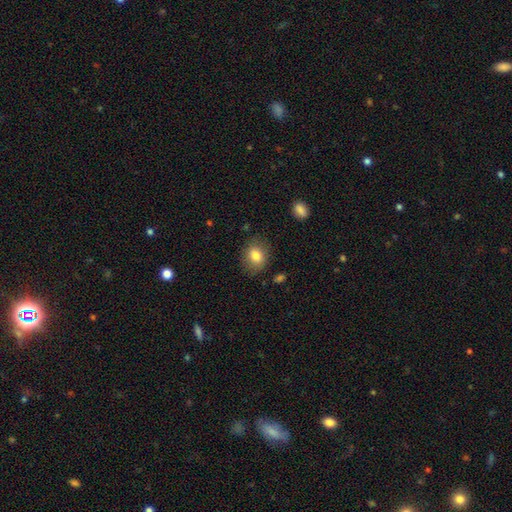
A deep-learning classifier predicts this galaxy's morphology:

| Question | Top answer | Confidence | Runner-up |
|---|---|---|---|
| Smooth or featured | smooth | 81% | featured or disk (10%) |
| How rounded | round | 53% | in between (46%) |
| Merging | none | 81% | minor disturbance (13%) |